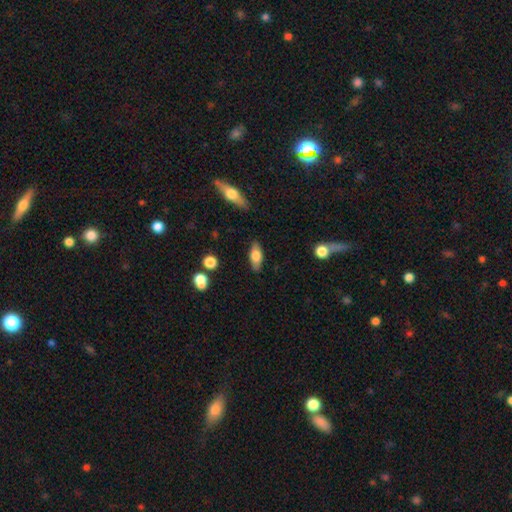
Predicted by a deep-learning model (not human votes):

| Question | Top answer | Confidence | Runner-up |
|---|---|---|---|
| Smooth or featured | smooth | 68% | featured or disk (25%) |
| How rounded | in between | 78% | cigar-shaped (19%) |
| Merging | none | 85% | minor disturbance (11%) |